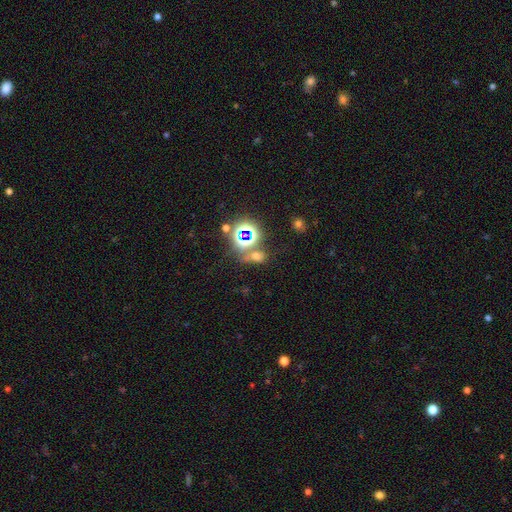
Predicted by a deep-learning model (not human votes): This appears to be a star or artifact, not a galaxy (48%).